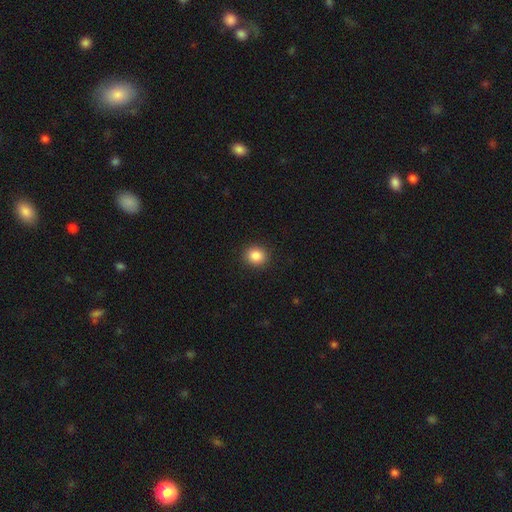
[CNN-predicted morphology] A smooth galaxy with no disk features (87%) that is round (80%). Merging: none (92%).